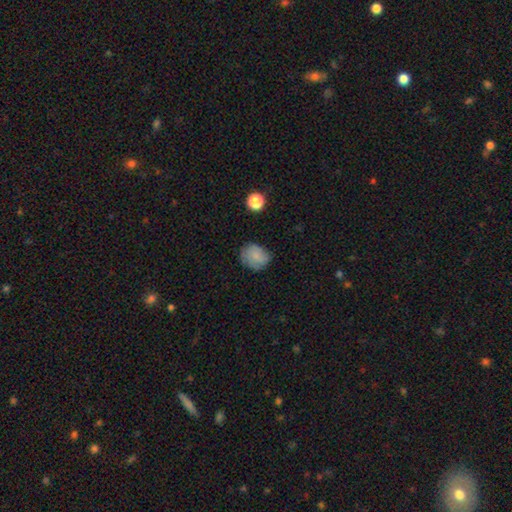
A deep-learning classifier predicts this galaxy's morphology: Smooth or featured? smooth (80%)
How rounded? round (64%)
Merging? none (68%)